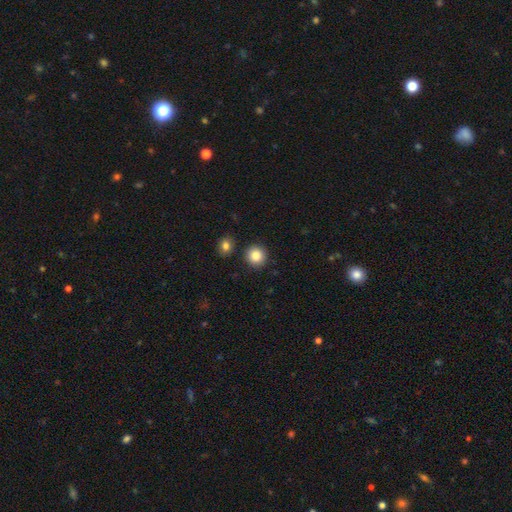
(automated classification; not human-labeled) Smooth or featured? smooth (87%)
How rounded? round (93%)
Merging? none (89%)